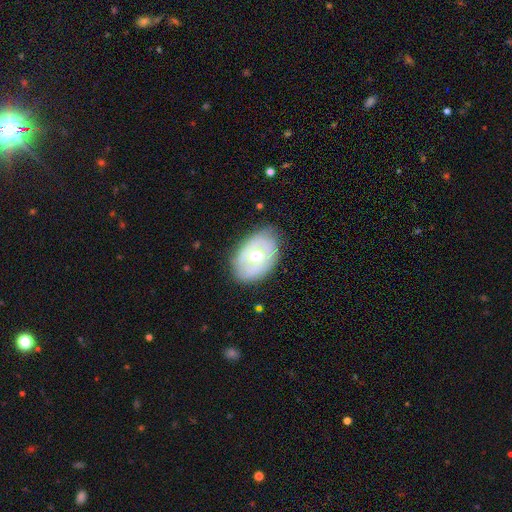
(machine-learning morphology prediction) Q: Smooth or featured?
A: featured or disk (54%); runner-up: smooth (39%)
Q: Edge-on disk?
A: no (91%); runner-up: yes (9%)
Q: Merging?
A: none (75%); runner-up: minor disturbance (18%)